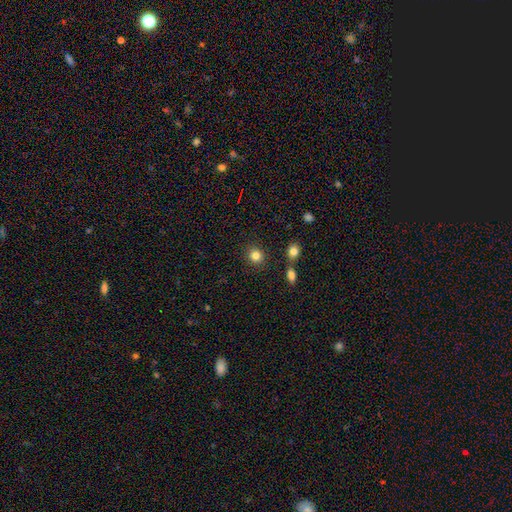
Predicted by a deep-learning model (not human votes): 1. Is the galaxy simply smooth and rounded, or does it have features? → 83% smooth, 11% star or artifact, 5% featured or disk.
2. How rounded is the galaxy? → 86% round, 13% in between, 1% cigar-shaped.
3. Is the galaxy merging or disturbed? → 86% none, 7% minor disturbance, 4% merger, 2% major disturbance.